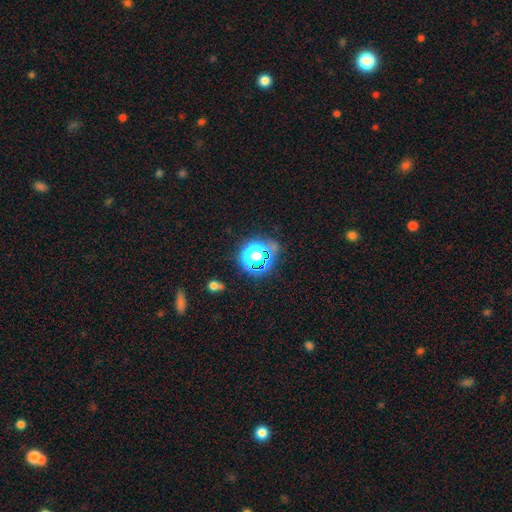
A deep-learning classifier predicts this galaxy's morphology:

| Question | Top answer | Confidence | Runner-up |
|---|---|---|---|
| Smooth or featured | smooth | 51% | star or artifact (36%) |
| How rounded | round | 80% | in between (19%) |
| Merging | none | 63% | minor disturbance (19%) |